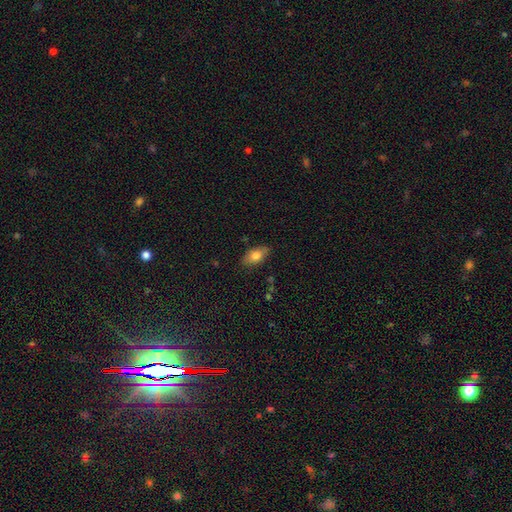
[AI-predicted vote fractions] smooth_or_featured: smooth (p=0.78) [alt: featured or disk p=0.14]
how_rounded: in between (p=0.91) [alt: round p=0.06]
merging: none (p=0.82) [alt: minor disturbance p=0.14]